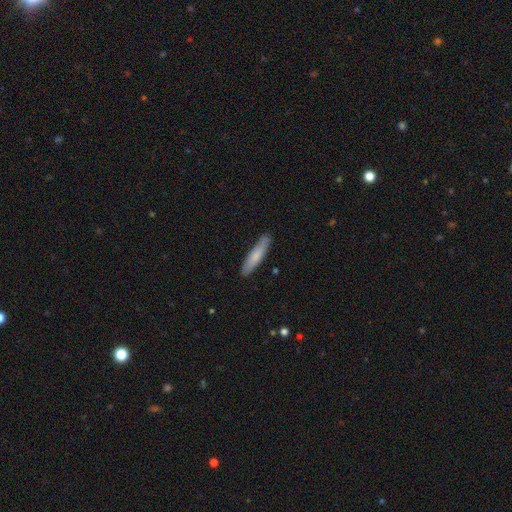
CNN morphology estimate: Q: Smooth or featured?
A: smooth (74%); runner-up: featured or disk (21%)
Q: How rounded?
A: cigar-shaped (86%); runner-up: in between (13%)
Q: Merging?
A: none (86%); runner-up: minor disturbance (11%)